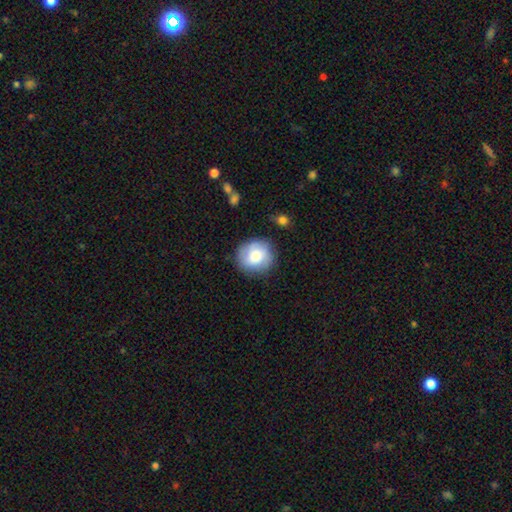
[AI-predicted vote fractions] smooth 73%, featured or disk 20%, star or artifact 7%. Down the decision tree: how rounded — round (83%); merging — none (77%).